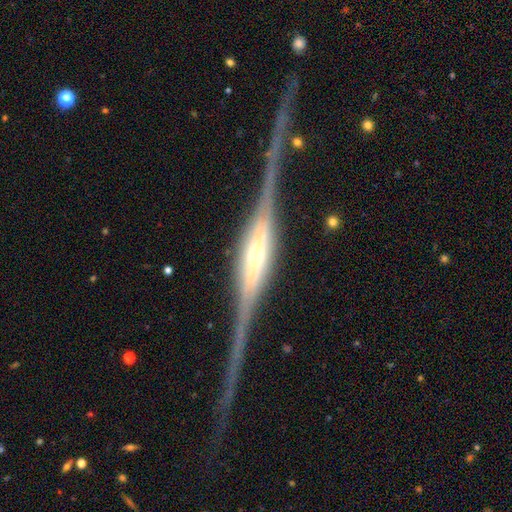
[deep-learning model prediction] The model was most divided on "edge-on bulge": rounded: 67%, boxy: 27%, none: 6%. More confident: edge-on disk — yes (97%); smooth or featured — featured or disk (89%); merging — none (79%).